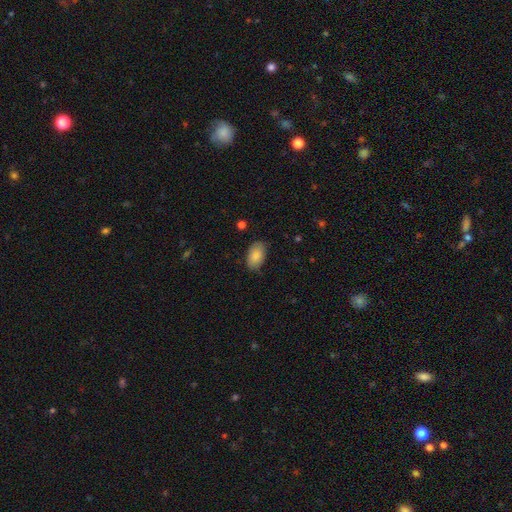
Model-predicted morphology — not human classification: Smooth or featured? smooth (85%)
How rounded? in between (93%)
Merging? none (80%)